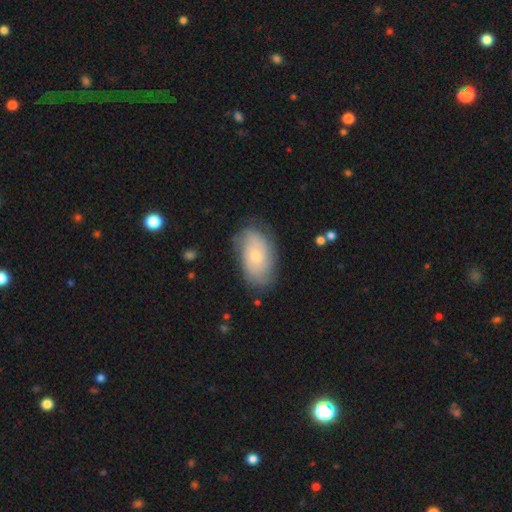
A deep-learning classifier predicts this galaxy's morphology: A smooth galaxy with no disk features (52%) that is in between round and cigar-shaped (92%).

Vote fractions:
- Smooth or featured? smooth: 52% / featured or disk: 41% / star or artifact: 7%
- How rounded? in between: 92% / round: 6% / cigar-shaped: 2%
- Merging? none: 72% / minor disturbance: 20% / major disturbance: 6% / merger: 1%